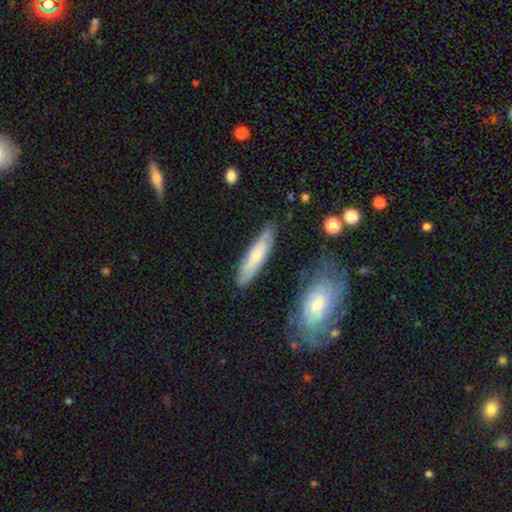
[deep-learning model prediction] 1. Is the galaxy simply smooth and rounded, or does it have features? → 53% smooth, 41% featured or disk, 6% star or artifact.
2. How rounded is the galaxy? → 69% cigar-shaped, 29% in between, 2% round.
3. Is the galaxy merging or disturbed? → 77% none, 15% minor disturbance, 4% merger, 4% major disturbance.